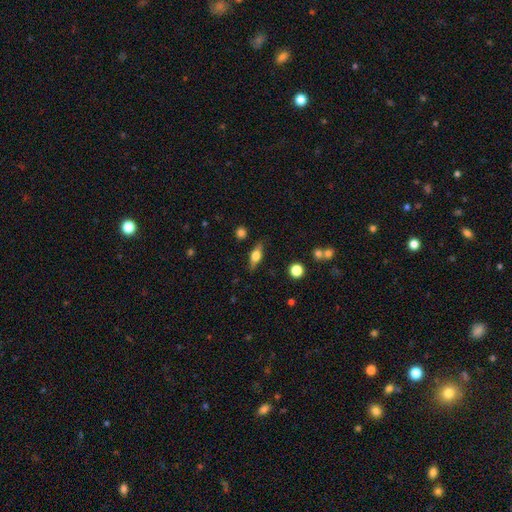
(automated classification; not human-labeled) Smooth or featured?
  - smooth: 50% *
  - featured or disk: 42%
  - star or artifact: 8%
How rounded?
  - in between: 62% *
  - cigar-shaped: 30%
  - round: 8%
Merging?
  - none: 83% *
  - minor disturbance: 12%
  - major disturbance: 3%
  - merger: 2%